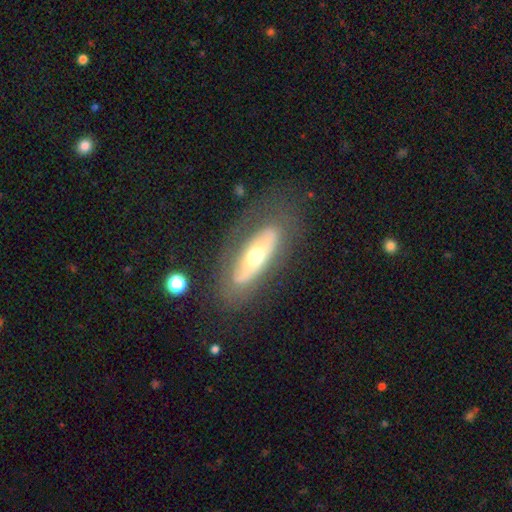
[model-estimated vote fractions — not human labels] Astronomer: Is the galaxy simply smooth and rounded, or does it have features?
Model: featured or disk — 58% (runner-up: smooth, 36%).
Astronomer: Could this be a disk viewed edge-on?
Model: no — 73%.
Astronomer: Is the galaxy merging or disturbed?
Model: none — 71%.